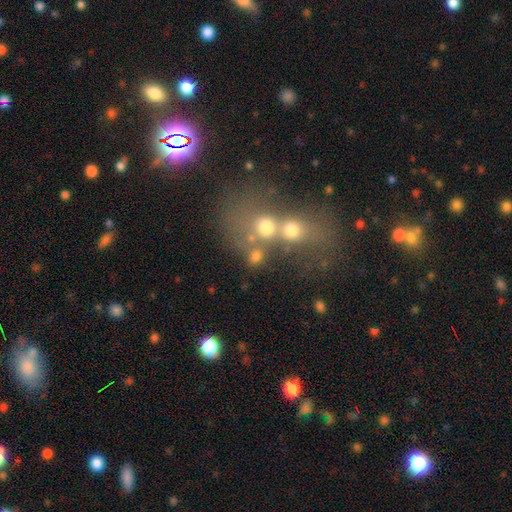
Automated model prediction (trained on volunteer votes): The model was most divided on "merging": merger: 56%, none: 30%, major disturbance: 7%, minor disturbance: 7%. More confident: how rounded — round (67%); smooth or featured — smooth (64%).